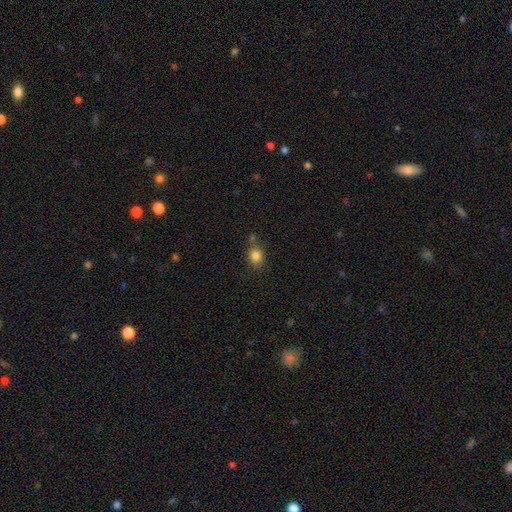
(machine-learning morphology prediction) smooth_or_featured: smooth (p=0.83) [alt: star or artifact p=0.11]
how_rounded: round (p=0.68) [alt: in between p=0.31]
merging: none (p=0.72) [alt: minor disturbance p=0.14]